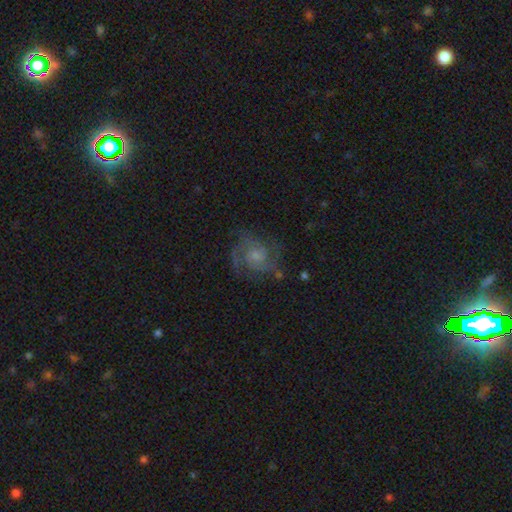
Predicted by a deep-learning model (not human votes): A featured or disk galaxy (77%) with no bar (70%), 2 (52%) medium (49%) spiral arms (94%) and a small central bulge (52%).

Vote fractions:
- Smooth or featured? featured or disk: 77% / smooth: 15% / star or artifact: 8%
- Edge-on disk? no: 98% / yes: 2%
- Bar? no: 70% / weak: 26% / strong: 4%
- Spiral arms? yes: 94% / no: 6%
- Spiral winding? medium: 49% / tight: 36% / loose: 15%
- Spiral arm count? 2: 52% / 3: 20% / can't tell: 16% / 4: 5% / 1: 4% / more than 4: 4%
- Bulge size? small: 52% / moderate: 30% / none: 12% / large: 4% / dominant: 1%
- Merging? none: 70% / minor disturbance: 17% / major disturbance: 11% / merger: 2%